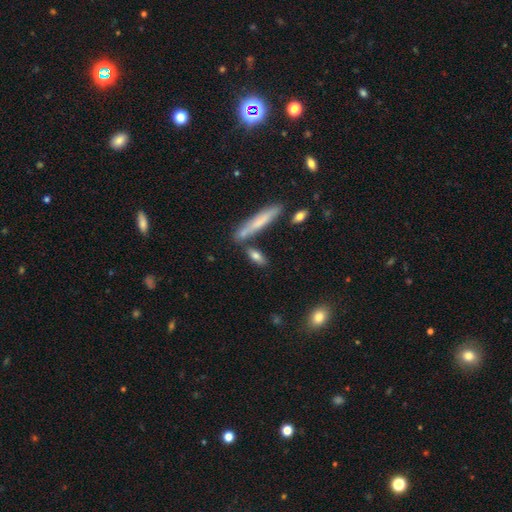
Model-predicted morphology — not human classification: type=smooth (74%); roundness=cigar-shaped (52%); merging=none (67%).